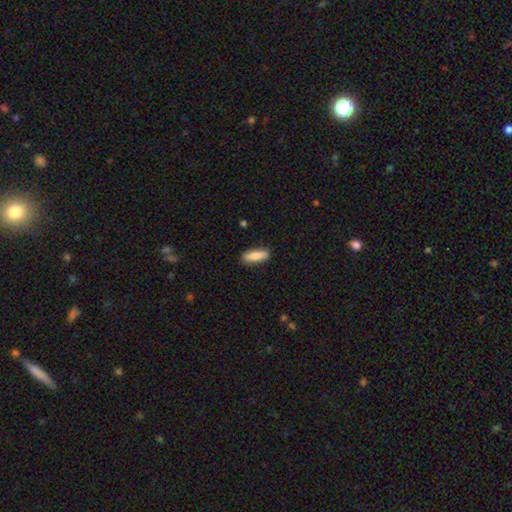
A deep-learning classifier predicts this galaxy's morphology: smooth-or-featured: smooth: 82% | featured or disk: 12% | star or artifact: 6%
  how-rounded: in between: 60% | cigar-shaped: 38% | round: 2%
  merging: none: 86% | minor disturbance: 11% | major disturbance: 2% | merger: 1%